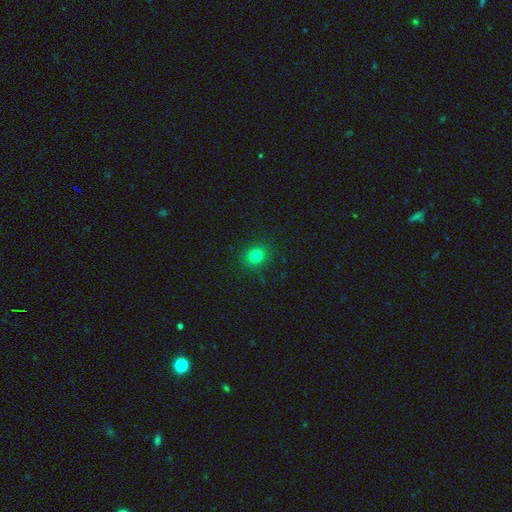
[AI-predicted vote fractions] Overall: smooth (80%). How rounded: round (74%). Merging: none (88%).